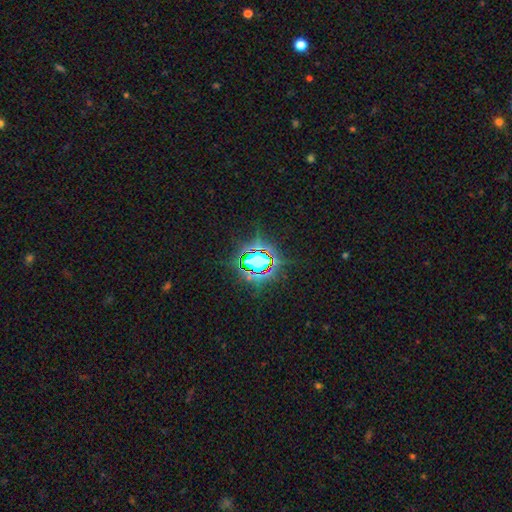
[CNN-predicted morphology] This is likely a star or artifact rather than a galaxy (78%).